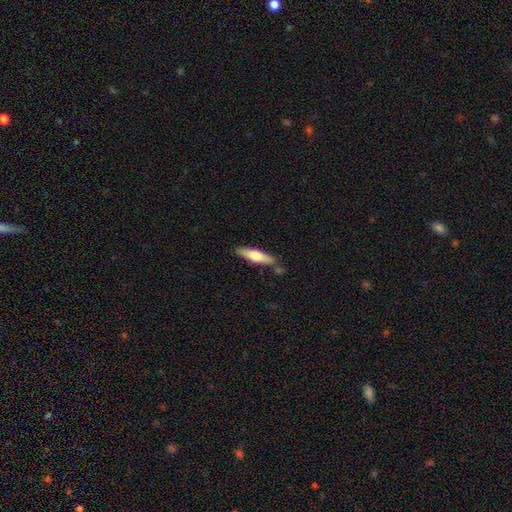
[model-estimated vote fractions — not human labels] A smooth galaxy with no disk features (56%) that is cigar-shaped (70%).

Vote fractions:
- Smooth or featured? smooth: 56% / featured or disk: 39% / star or artifact: 5%
- How rounded? cigar-shaped: 70% / in between: 28% / round: 2%
- Merging? none: 78% / minor disturbance: 13% / merger: 6% / major disturbance: 3%